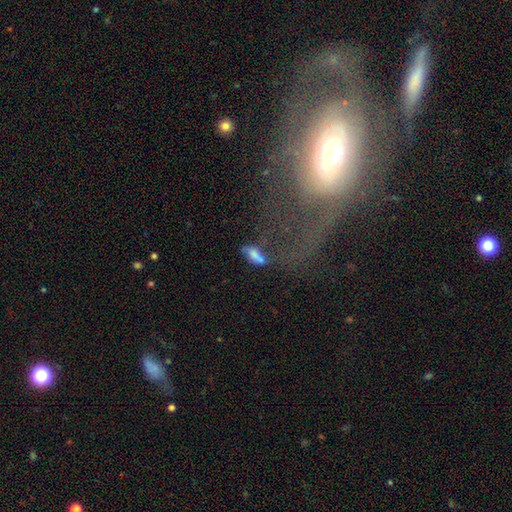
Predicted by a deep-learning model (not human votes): Smooth or featured: smooth — 60% (featured or disk — 26%)
How rounded: in between — 62% (cigar-shaped — 33%)
Merging: none — 35% (major disturbance — 23%)